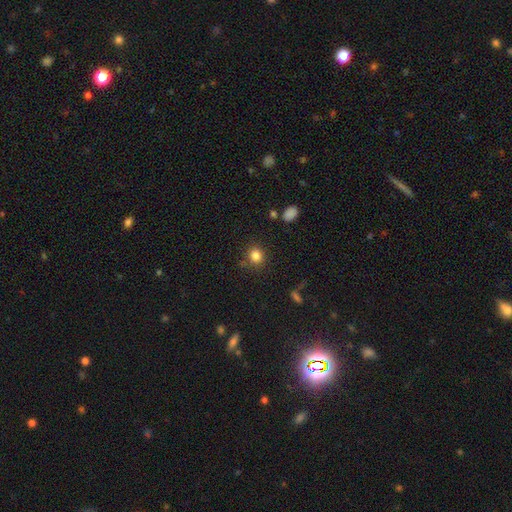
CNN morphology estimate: A smooth galaxy with no disk features (83%) that is round (80%).

Vote fractions:
- Smooth or featured? smooth: 83% / star or artifact: 12% / featured or disk: 5%
- How rounded? round: 80% / in between: 19% / cigar-shaped: 1%
- Merging? none: 81% / minor disturbance: 12% / major disturbance: 4% / merger: 3%